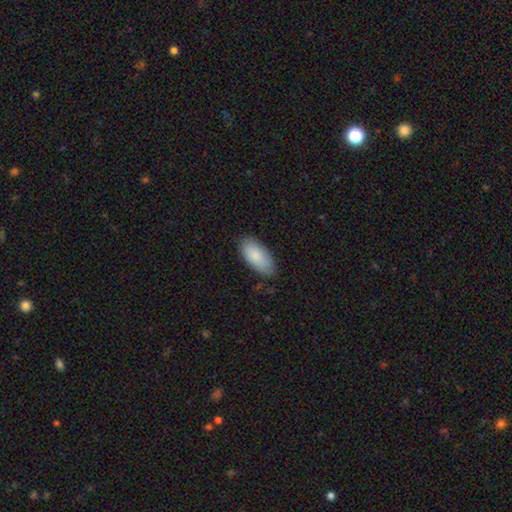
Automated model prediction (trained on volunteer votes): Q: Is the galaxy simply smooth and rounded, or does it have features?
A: smooth — 87%.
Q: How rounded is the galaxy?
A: in between — 91%.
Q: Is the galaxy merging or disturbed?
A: none — 82%.